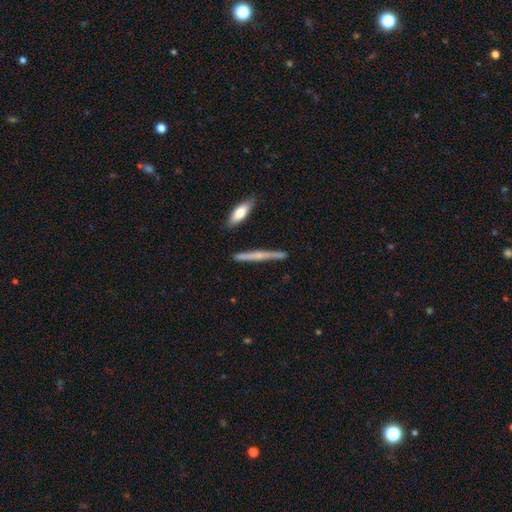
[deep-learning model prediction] Q: Smooth or featured?
A: featured or disk (54%); runner-up: smooth (40%)
Q: Edge-on disk?
A: yes (96%); runner-up: no (4%)
Q: Edge-on bulge?
A: rounded (51%); runner-up: none (41%)
Q: Merging?
A: none (85%); runner-up: minor disturbance (10%)